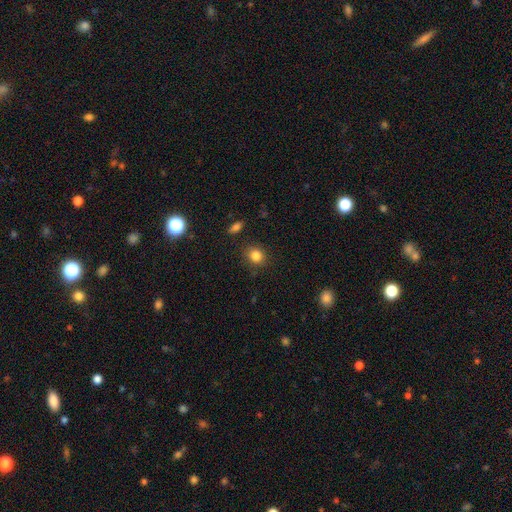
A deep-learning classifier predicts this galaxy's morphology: smooth_or_featured: smooth (p=0.84) [alt: star or artifact p=0.11]
how_rounded: round (p=0.75) [alt: in between p=0.24]
merging: none (p=0.86) [alt: minor disturbance p=0.09]